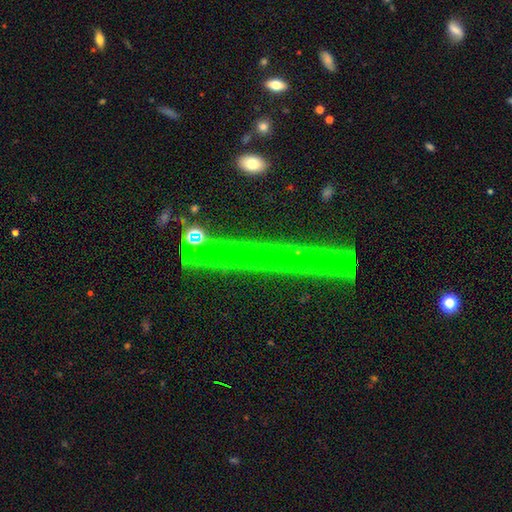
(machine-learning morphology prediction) A featured or disk galaxy (63%) viewed edge-on (96%) with no central bulge (87%). Merging: none (82%).